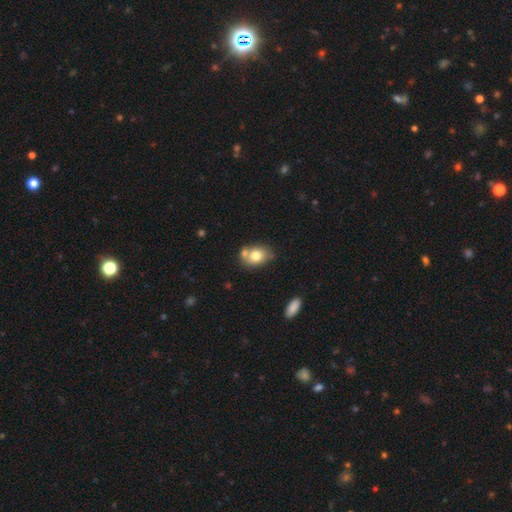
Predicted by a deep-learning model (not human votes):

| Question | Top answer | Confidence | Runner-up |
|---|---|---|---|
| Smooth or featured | smooth | 75% | featured or disk (16%) |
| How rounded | in between | 63% | round (36%) |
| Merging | none | 53% | merger (29%) |